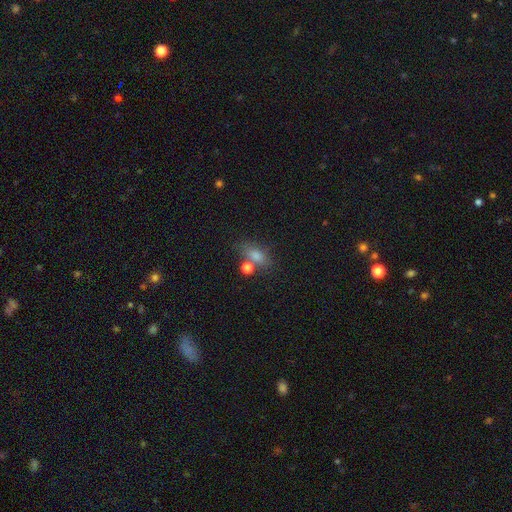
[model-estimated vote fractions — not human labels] smooth-or-featured: smooth: 70% | star or artifact: 16% | featured or disk: 13%
  how-rounded: in between: 72% | round: 14% | cigar-shaped: 14%
  merging: none: 63% | merger: 16% | minor disturbance: 15% | major disturbance: 6%